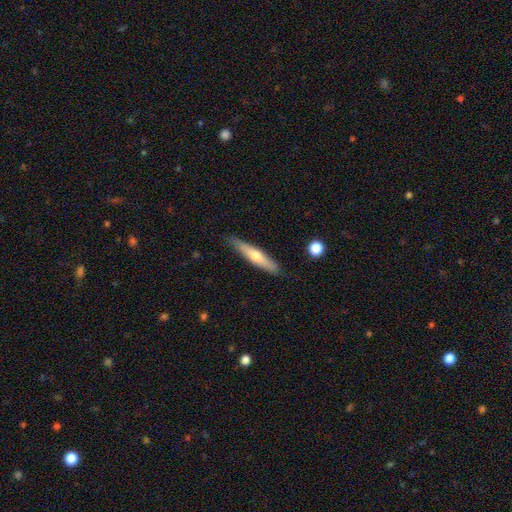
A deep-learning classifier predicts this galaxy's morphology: smooth 49%, featured or disk 46%, star or artifact 6%. Down the decision tree: merging — none (86%).